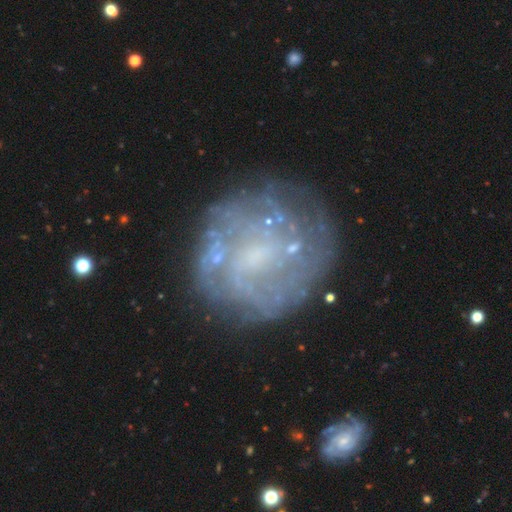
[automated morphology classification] smooth_or_featured: featured or disk (p=0.71) [alt: smooth p=0.20]
disk_edge_on: no (p=0.98) [alt: yes p=0.02]
bar: no (p=0.58) [alt: weak p=0.34]
has_spiral_arms: yes (p=0.58) [alt: no p=0.42]
bulge_size: none (p=0.41) [alt: small p=0.39]
merging: none (p=0.70) [alt: minor disturbance p=0.16]